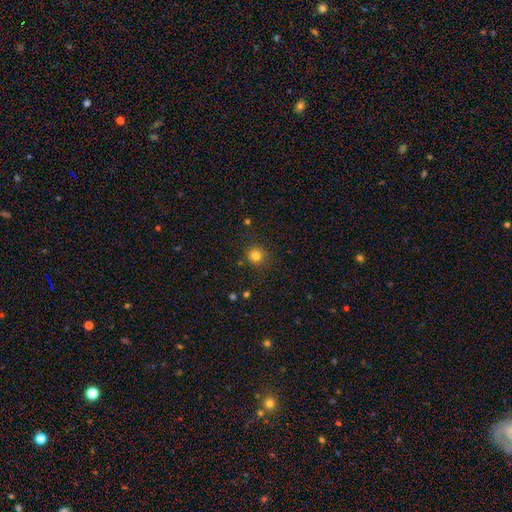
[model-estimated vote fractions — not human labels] Smooth or featured?
  - smooth: 80% *
  - star or artifact: 15%
  - featured or disk: 5%
How rounded?
  - round: 93% *
  - in between: 6%
  - cigar-shaped: 1%
Merging?
  - none: 88% *
  - minor disturbance: 8%
  - major disturbance: 3%
  - merger: 2%